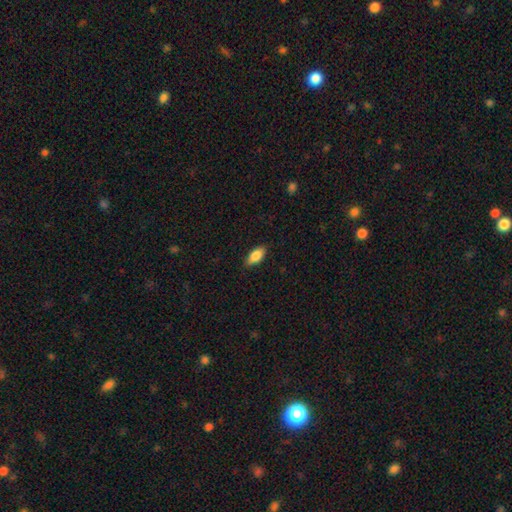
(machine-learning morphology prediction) Overall: smooth (84%). How rounded: in between (88%). Merging: none (85%).